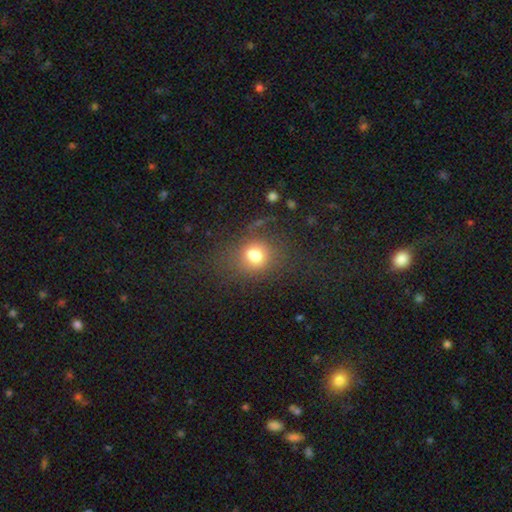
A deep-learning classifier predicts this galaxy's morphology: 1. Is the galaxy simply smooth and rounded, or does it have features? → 74% smooth, 14% star or artifact, 12% featured or disk.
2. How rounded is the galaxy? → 63% round, 35% in between, 1% cigar-shaped.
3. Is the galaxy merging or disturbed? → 65% none, 17% minor disturbance, 13% major disturbance, 4% merger.